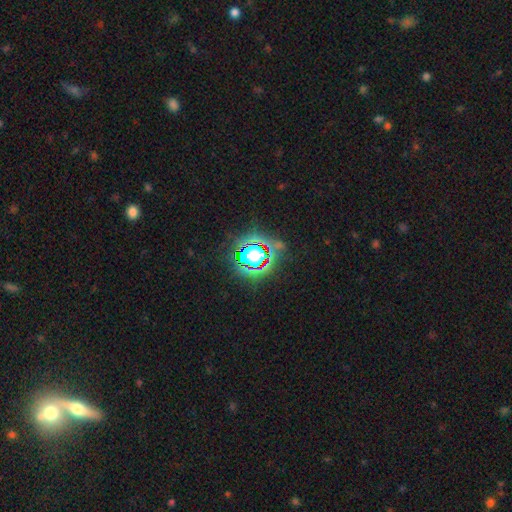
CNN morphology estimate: Smooth or featured? star or artifact (74%)